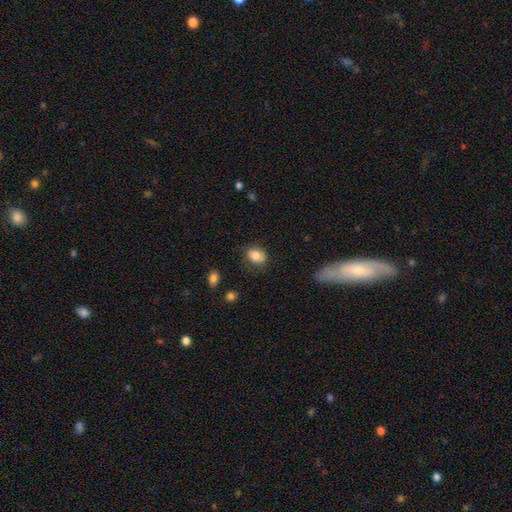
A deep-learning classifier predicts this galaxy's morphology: Overall: smooth (80%). How rounded: in between (64%; round 35%). Merging: none (68%).